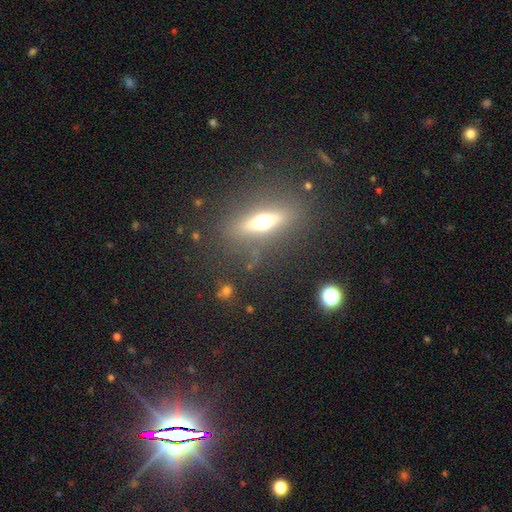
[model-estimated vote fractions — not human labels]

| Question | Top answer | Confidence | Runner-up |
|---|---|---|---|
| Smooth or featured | featured or disk | 54% | smooth (30%) |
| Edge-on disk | yes | 87% | no (13%) |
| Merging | none | 83% | minor disturbance (10%) |